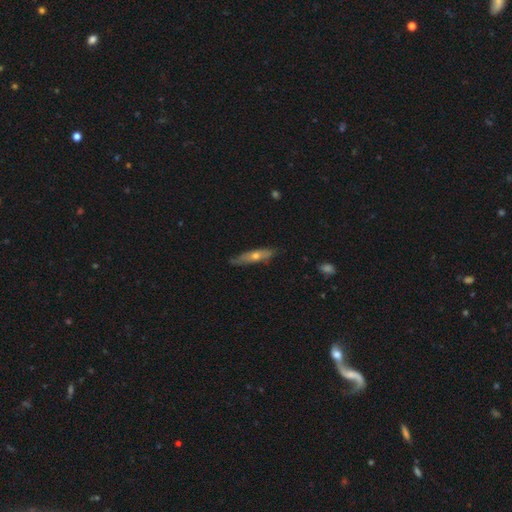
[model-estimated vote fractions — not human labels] A featured or disk galaxy (54%) viewed edge-on (73%).

Vote fractions:
- Smooth or featured? featured or disk: 54% / smooth: 40% / star or artifact: 6%
- Edge-on disk? yes: 73% / no: 27%
- Merging? none: 80% / minor disturbance: 17% / major disturbance: 3% / merger: 1%